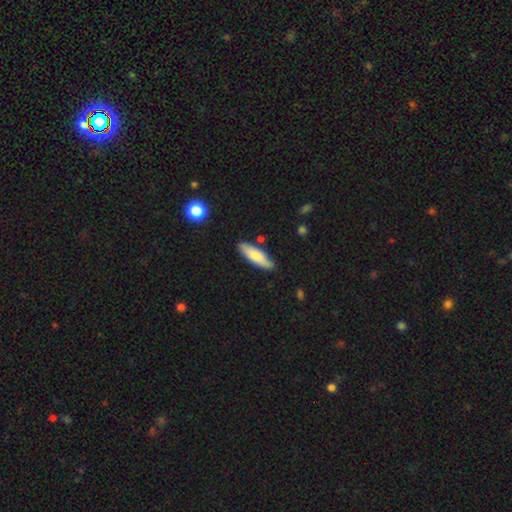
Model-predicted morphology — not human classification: Q: Smooth or featured?
A: smooth (79%); runner-up: featured or disk (16%)
Q: How rounded?
A: cigar-shaped (56%); runner-up: in between (43%)
Q: Merging?
A: none (81%); runner-up: minor disturbance (14%)